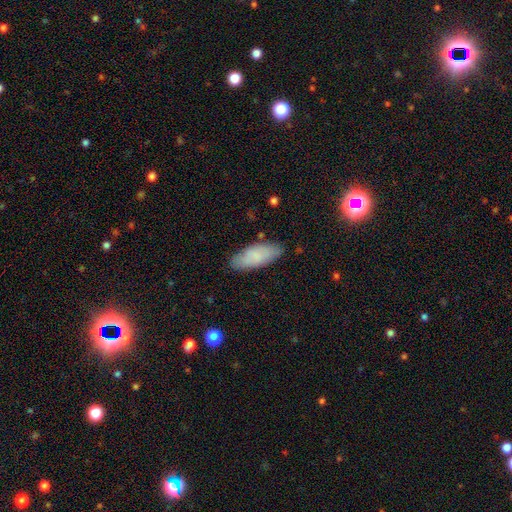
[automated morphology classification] Overall: smooth (80%). How rounded: in between (77%). Merging: none (82%).